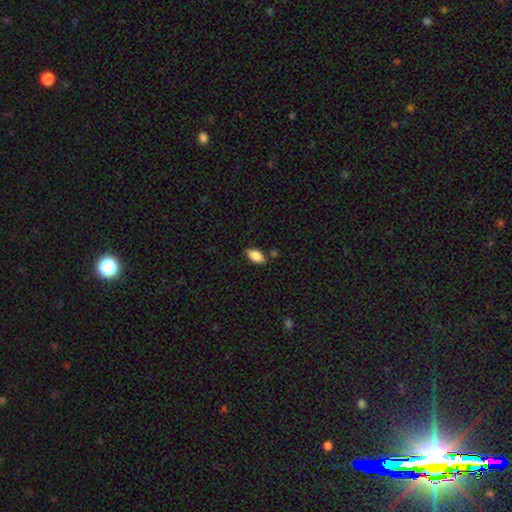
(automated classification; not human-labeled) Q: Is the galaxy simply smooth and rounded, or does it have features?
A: smooth — 85%.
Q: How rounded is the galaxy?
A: in between — 92%.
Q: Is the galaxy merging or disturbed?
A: none — 80%.